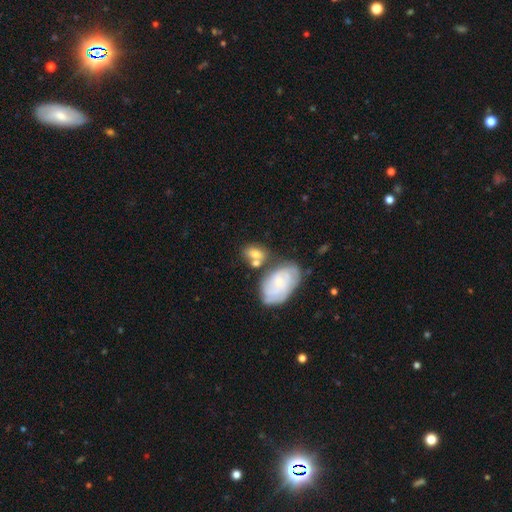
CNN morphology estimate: This is possibly a smooth galaxy (56%). How rounded: likely in between (76%). Merging: marginally none (45%).